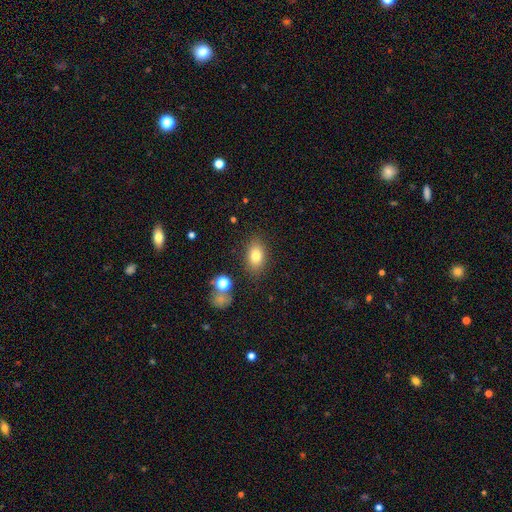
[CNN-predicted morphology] Q: Smooth or featured?
A: smooth (78%); runner-up: featured or disk (11%)
Q: How rounded?
A: in between (84%); runner-up: round (14%)
Q: Merging?
A: none (82%); runner-up: minor disturbance (11%)